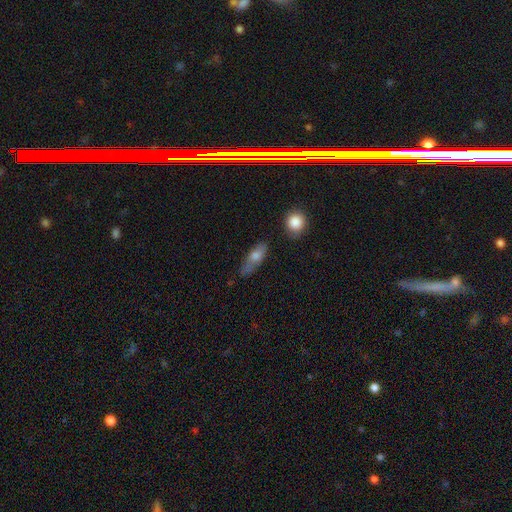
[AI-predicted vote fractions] A smooth galaxy with no disk features (63%) that is in between round and cigar-shaped (56%). Merging: none (60%).